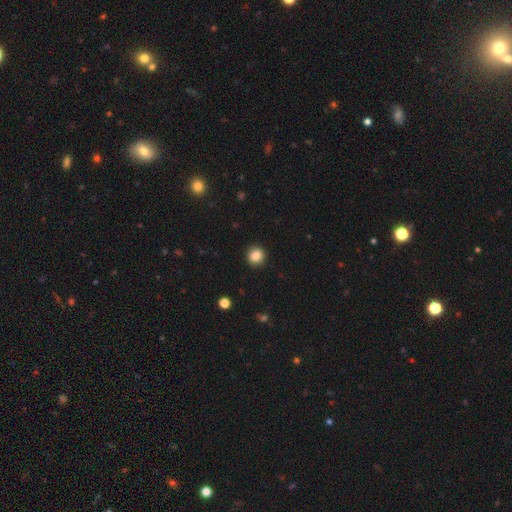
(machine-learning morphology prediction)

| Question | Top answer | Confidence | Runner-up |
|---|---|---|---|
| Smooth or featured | smooth | 85% | star or artifact (10%) |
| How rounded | round | 91% | in between (8%) |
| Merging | none | 93% | minor disturbance (5%) |